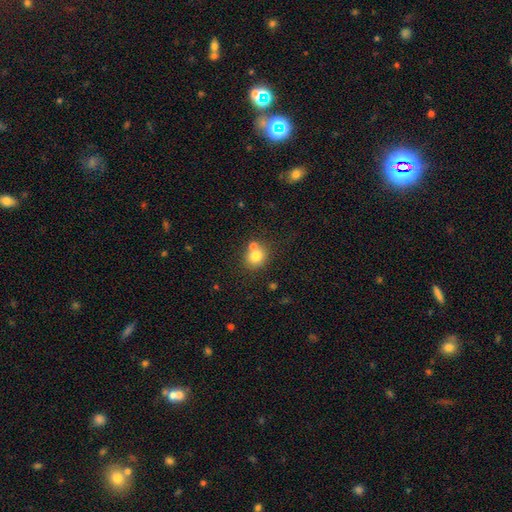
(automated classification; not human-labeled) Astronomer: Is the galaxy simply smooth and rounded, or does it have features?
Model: smooth — 77%.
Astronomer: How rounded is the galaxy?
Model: round — 81%.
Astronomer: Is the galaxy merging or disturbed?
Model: none — 59%.